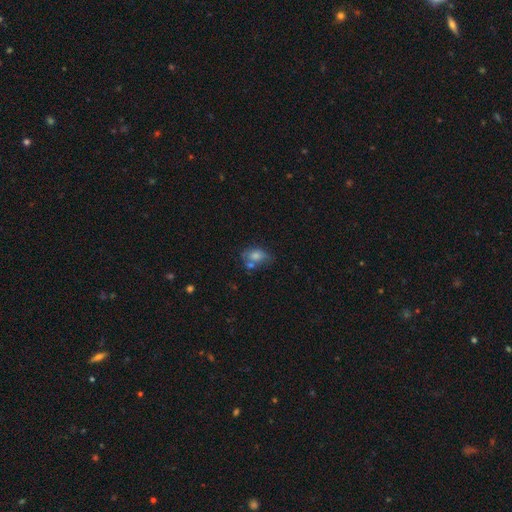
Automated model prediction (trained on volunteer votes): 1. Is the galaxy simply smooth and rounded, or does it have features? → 70% smooth, 20% featured or disk, 10% star or artifact.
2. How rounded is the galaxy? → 79% in between, 18% round, 2% cigar-shaped.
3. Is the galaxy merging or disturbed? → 38% none, 25% merger, 25% minor disturbance, 12% major disturbance.